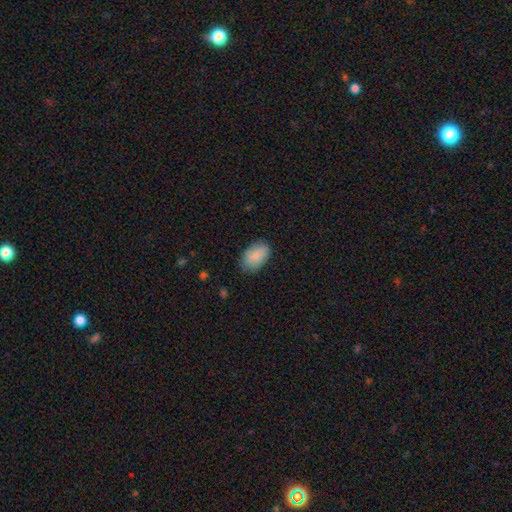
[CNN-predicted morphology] Overall: smooth (86%). How rounded: in between (92%). Merging: none (80%).